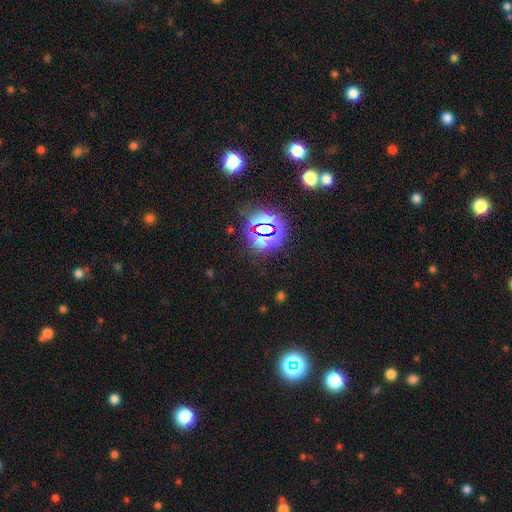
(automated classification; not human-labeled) This is likely a star or artifact rather than a galaxy (75%).